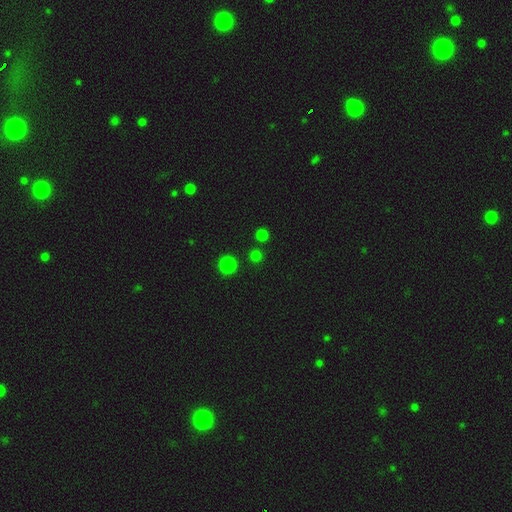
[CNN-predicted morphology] Smooth or featured?
  - smooth: 76% *
  - star or artifact: 21%
  - featured or disk: 4%
How rounded?
  - round: 93% *
  - in between: 6%
  - cigar-shaped: 1%
Merging?
  - none: 87% *
  - merger: 6%
  - minor disturbance: 5%
  - major disturbance: 2%